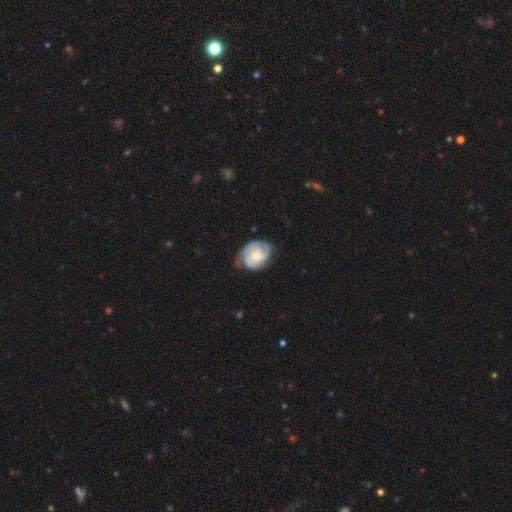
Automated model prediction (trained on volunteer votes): Smooth or featured? featured or disk (75%)
Edge-on disk? no (98%)
Bar? no (67%)
Spiral arms? yes (94%)
Spiral winding? tight (57%)
Spiral arm count? 2 (48%)
Bulge size? moderate (46%)
Merging? none (68%)